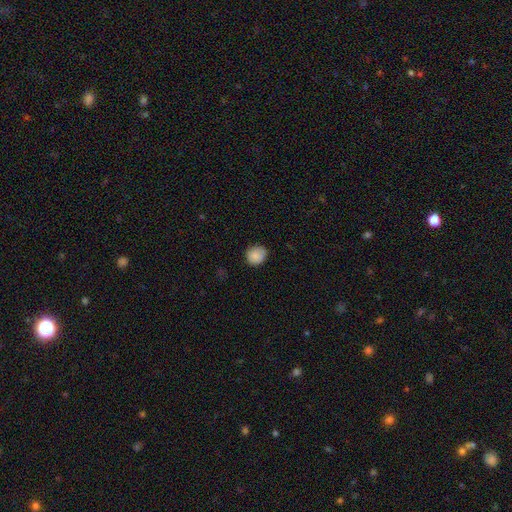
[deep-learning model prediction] smooth_or_featured: smooth (p=0.87) [alt: star or artifact p=0.08]
how_rounded: round (p=0.78) [alt: in between p=0.21]
merging: none (p=0.79) [alt: minor disturbance p=0.17]